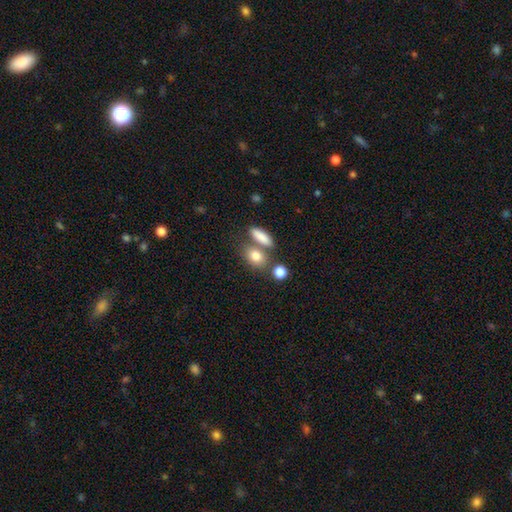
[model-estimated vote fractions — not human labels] smooth_or_featured: smooth (p=0.82) [alt: featured or disk p=0.09]
how_rounded: in between (p=0.59) [alt: round p=0.35]
merging: none (p=0.57) [alt: merger p=0.27]